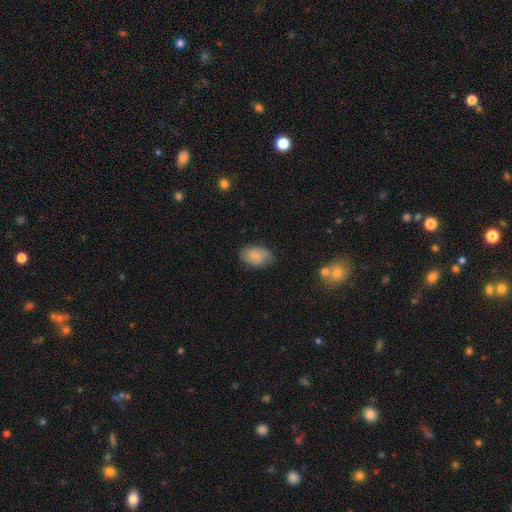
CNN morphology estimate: Smooth or featured? smooth (81%)
How rounded? in between (90%)
Merging? none (72%)